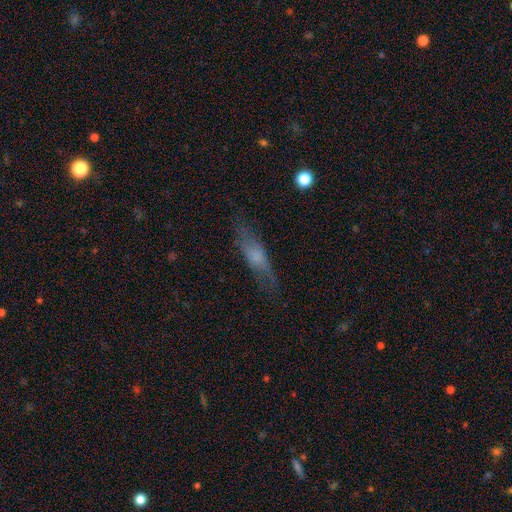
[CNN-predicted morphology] Smooth or featured: smooth — 51% (featured or disk — 40%)
How rounded: cigar-shaped — 67% (in between — 30%)
Merging: none — 72% (minor disturbance — 19%)